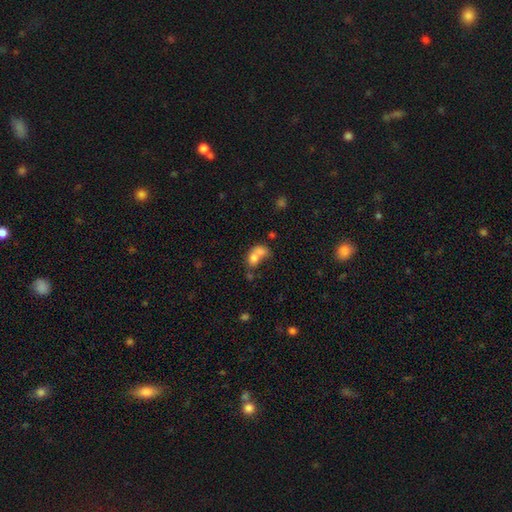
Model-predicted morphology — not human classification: Smooth or featured: smooth — 71% (featured or disk — 18%)
How rounded: in between — 60% (round — 38%)
Merging: merger — 70% (none — 18%)